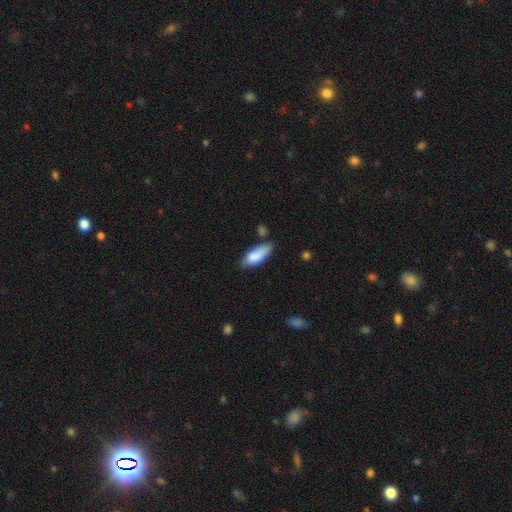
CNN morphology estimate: Q: Smooth or featured?
A: smooth (84%); runner-up: featured or disk (9%)
Q: How rounded?
A: in between (74%); runner-up: cigar-shaped (24%)
Q: Merging?
A: none (52%); runner-up: minor disturbance (32%)